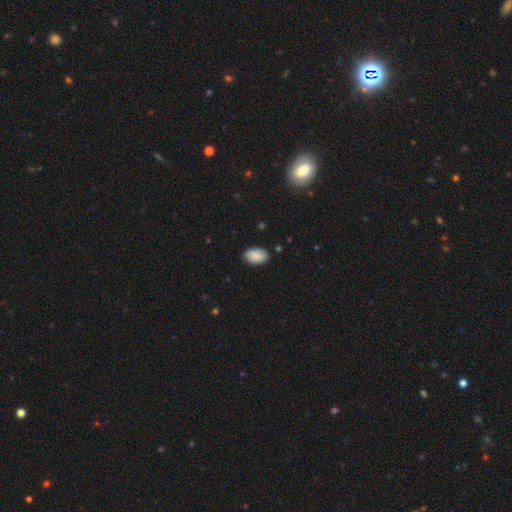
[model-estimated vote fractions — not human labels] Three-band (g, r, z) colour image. It shows a smooth galaxy with no disk features (87%) that is in between round and cigar-shaped (93%). Merging: none (87%).